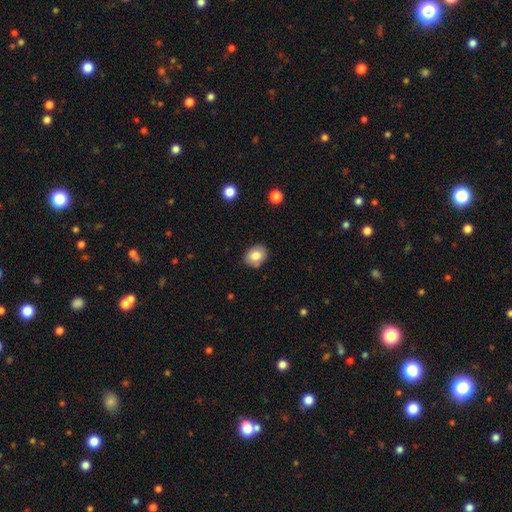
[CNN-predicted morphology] A smooth galaxy with no disk features (79%) that is in between round and cigar-shaped (53%). Merging: none (83%).